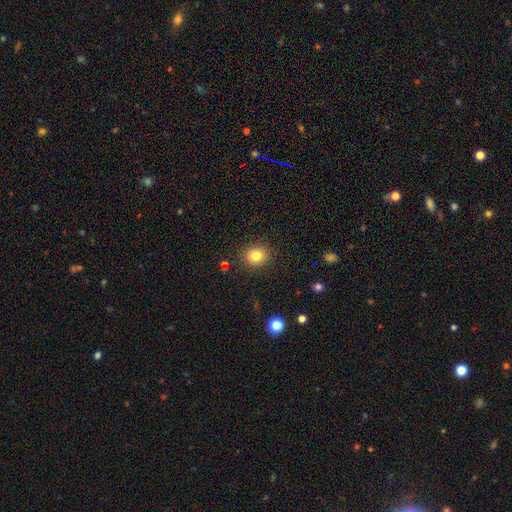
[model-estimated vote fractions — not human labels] Smooth or featured? smooth (82%)
How rounded? round (74%)
Merging? none (89%)